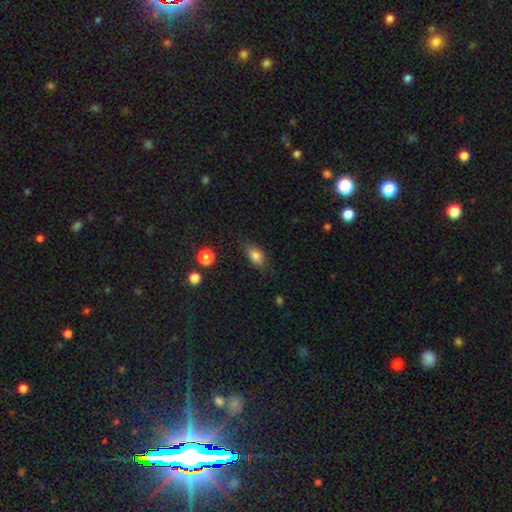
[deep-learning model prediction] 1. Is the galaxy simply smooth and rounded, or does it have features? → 82% smooth, 9% star or artifact, 9% featured or disk.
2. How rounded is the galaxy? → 85% in between, 9% round, 7% cigar-shaped.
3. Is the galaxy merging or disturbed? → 78% none, 17% minor disturbance, 4% major disturbance, 1% merger.